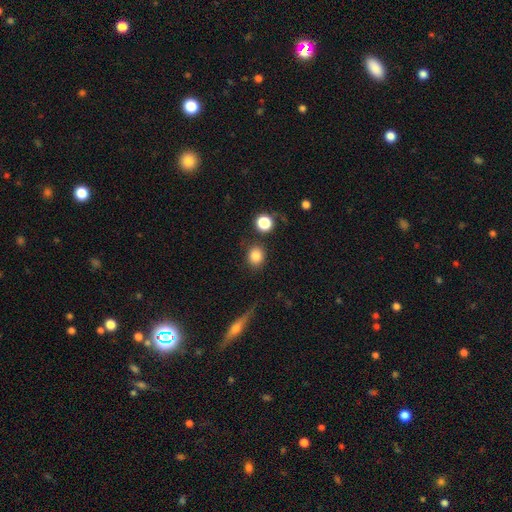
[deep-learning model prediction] A smooth galaxy with no disk features (84%) that is round (76%). Merging: none (80%).